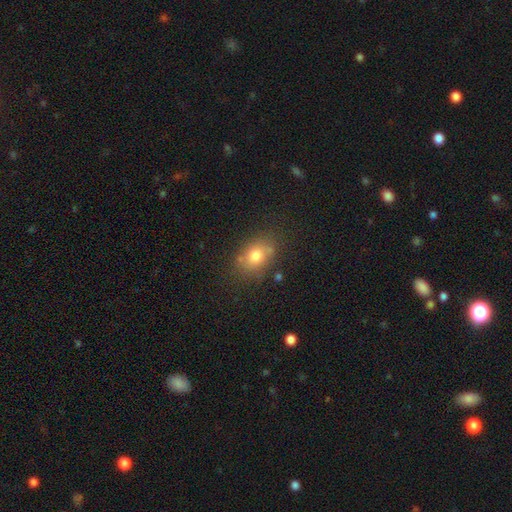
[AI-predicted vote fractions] smooth 76%, featured or disk 13%, star or artifact 11%. Down the decision tree: how rounded — in between (69%); merging — none (73%).